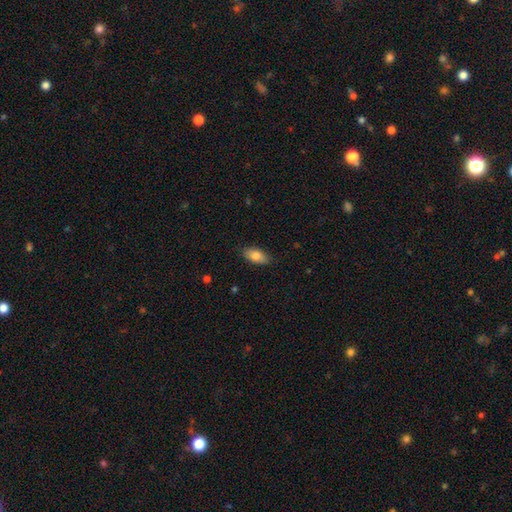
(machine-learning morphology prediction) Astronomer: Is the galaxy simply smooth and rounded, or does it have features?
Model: smooth — 81%.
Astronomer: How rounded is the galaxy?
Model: in between — 90%.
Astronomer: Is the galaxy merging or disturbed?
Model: none — 85%.